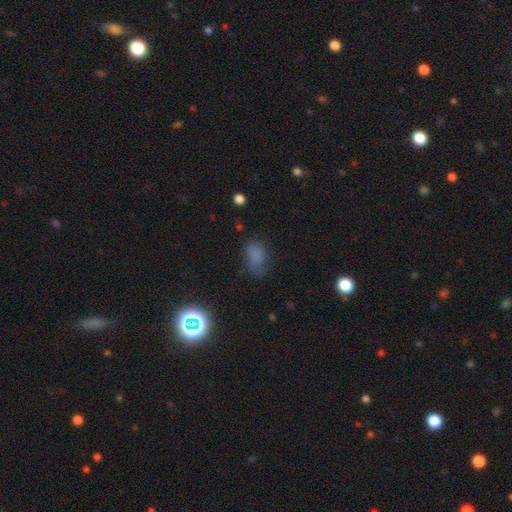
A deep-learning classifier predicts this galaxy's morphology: This is likely a smooth galaxy (70%). How rounded: clearly in between (81%). Merging: possibly none (53%).